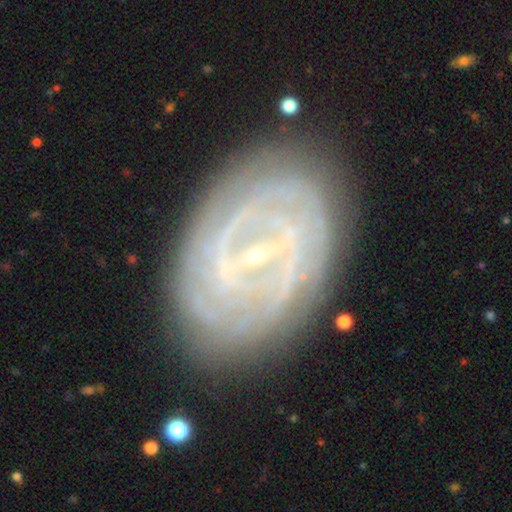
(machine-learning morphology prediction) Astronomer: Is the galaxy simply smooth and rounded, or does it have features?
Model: featured or disk — 85%.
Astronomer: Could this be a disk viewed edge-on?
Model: no — 96%.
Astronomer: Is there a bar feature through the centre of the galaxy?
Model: strong — 41% (runner-up: weak, 40%).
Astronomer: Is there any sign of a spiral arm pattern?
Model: yes — 95%.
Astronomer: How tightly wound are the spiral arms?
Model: tight — 77%.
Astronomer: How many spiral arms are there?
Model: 2 — 33% (runner-up: can't tell, 29%).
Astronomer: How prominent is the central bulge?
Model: small — 85%.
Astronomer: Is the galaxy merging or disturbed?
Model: none — 83%.